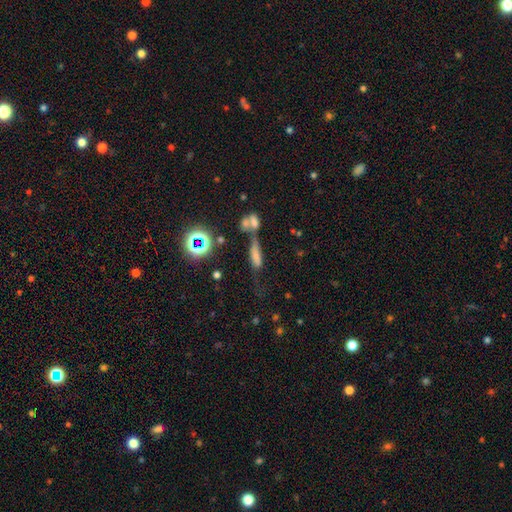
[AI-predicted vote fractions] This appears to be a smooth galaxy with no disk features (62%) that is cigar-shaped (50%). Merging: none (35%).